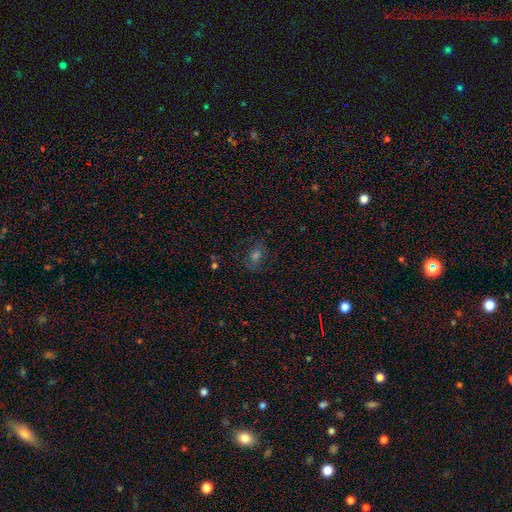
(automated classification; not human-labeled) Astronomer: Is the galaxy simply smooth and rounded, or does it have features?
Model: smooth — 46% (runner-up: star or artifact, 31%).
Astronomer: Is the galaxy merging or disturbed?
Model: none — 77%.